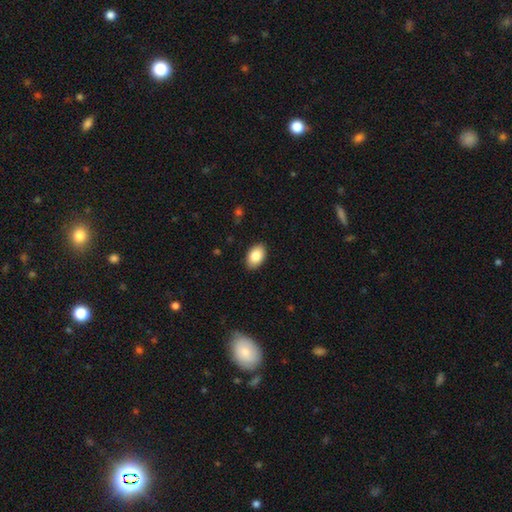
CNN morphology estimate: smooth 86%, featured or disk 7%, star or artifact 7%. Down the decision tree: how rounded — in between (91%); merging — none (89%).